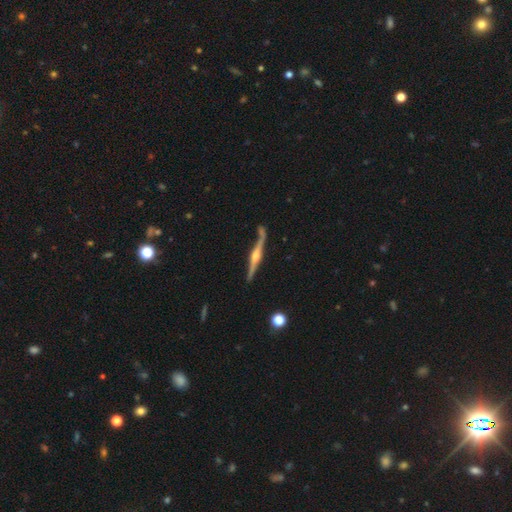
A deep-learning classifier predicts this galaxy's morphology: Smooth or featured: featured or disk — 86% (smooth — 9%)
Edge-on disk: yes — 97% (no — 3%)
Edge-on bulge: rounded — 90% (boxy — 7%)
Merging: none — 79% (minor disturbance — 13%)